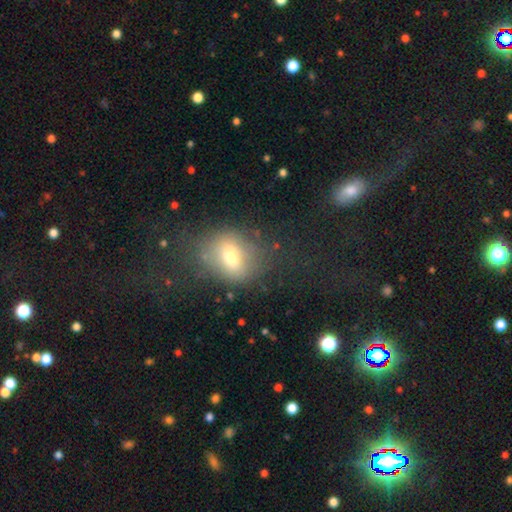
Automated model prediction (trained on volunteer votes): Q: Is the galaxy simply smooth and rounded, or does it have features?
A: smooth — 54%.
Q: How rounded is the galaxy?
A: in between — 58%.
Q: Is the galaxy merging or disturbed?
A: none — 44%.